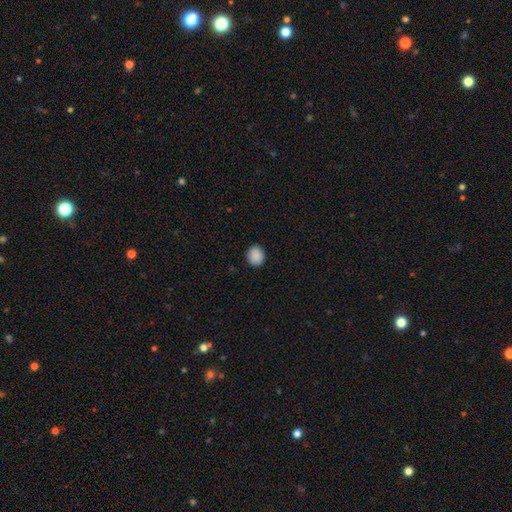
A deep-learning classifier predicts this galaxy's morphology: smooth_or_featured: smooth (p=0.89) [alt: star or artifact p=0.08]
how_rounded: round (p=0.69) [alt: in between p=0.30]
merging: none (p=0.90) [alt: minor disturbance p=0.07]